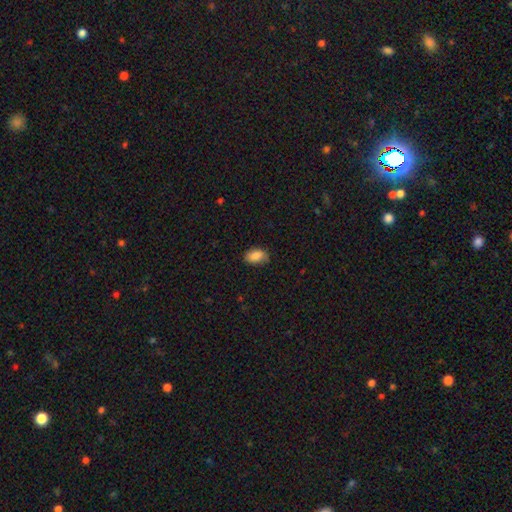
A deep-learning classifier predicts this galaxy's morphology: The model was most divided on "merging": none: 75%, minor disturbance: 20%, major disturbance: 4%, merger: 1%. More confident: how rounded — in between (89%); smooth or featured — smooth (84%).